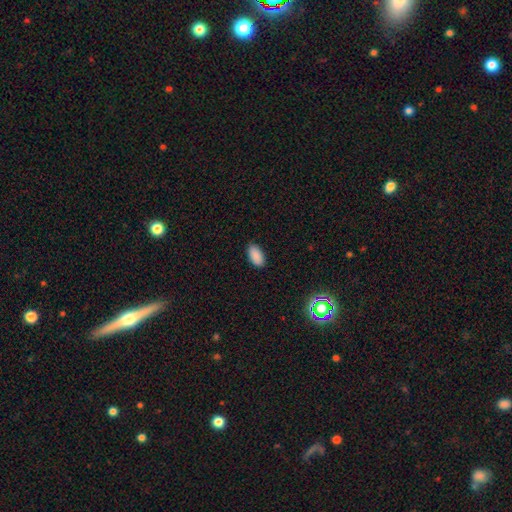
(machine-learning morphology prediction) Smooth or featured? smooth (89%)
How rounded? in between (94%)
Merging? none (87%)